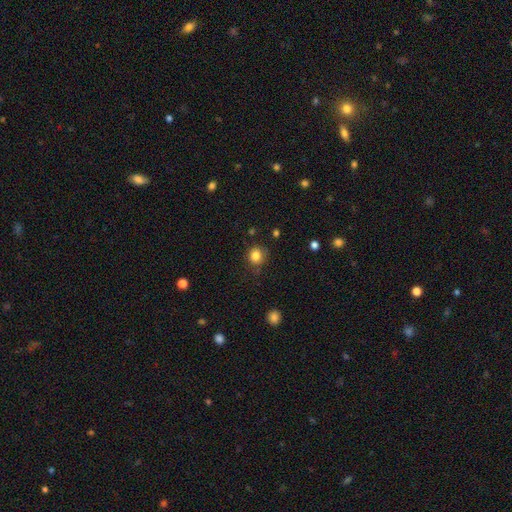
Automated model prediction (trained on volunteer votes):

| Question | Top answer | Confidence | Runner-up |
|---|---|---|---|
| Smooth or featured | smooth | 83% | star or artifact (12%) |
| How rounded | round | 83% | in between (16%) |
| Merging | none | 78% | minor disturbance (16%) |